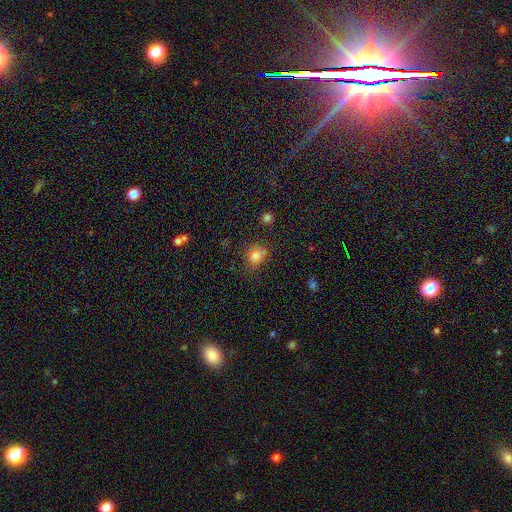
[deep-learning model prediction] A smooth galaxy with no disk features (79%) that is round (72%).

Vote fractions:
- Smooth or featured? smooth: 79% / star or artifact: 14% / featured or disk: 7%
- How rounded? round: 72% / in between: 27% / cigar-shaped: 1%
- Merging? none: 65% / minor disturbance: 19% / merger: 10% / major disturbance: 6%